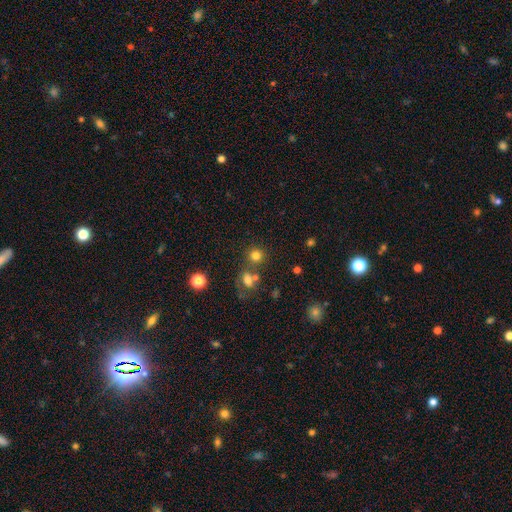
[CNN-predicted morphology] smooth-or-featured: smooth: 76% | star or artifact: 15% | featured or disk: 8%
  how-rounded: round: 87% | in between: 12% | cigar-shaped: 1%
  merging: none: 65% | merger: 22% | minor disturbance: 9% | major disturbance: 4%